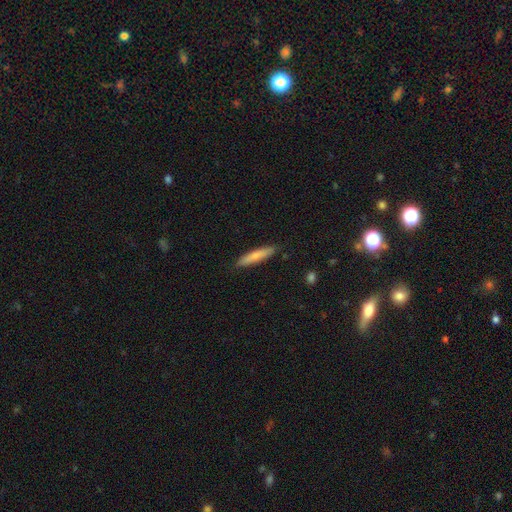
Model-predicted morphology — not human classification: Overall: smooth (72%). How rounded: cigar-shaped (87%). Merging: none (86%).